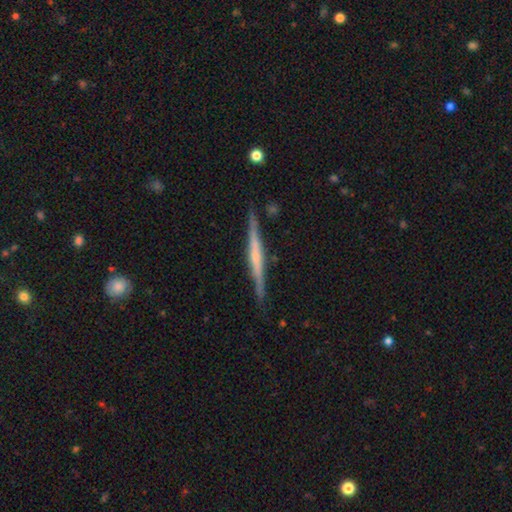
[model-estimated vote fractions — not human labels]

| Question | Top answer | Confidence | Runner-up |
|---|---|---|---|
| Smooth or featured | featured or disk | 73% | smooth (22%) |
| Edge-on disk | yes | 98% | no (2%) |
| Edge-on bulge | rounded | 44% | none (39%) |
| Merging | none | 88% | minor disturbance (9%) |